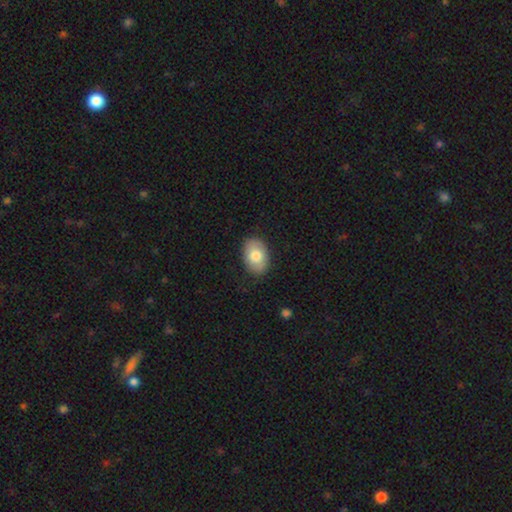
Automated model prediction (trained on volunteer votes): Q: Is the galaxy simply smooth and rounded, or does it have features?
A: smooth — 77%.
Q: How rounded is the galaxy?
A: in between — 85%.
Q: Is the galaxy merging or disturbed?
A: none — 83%.